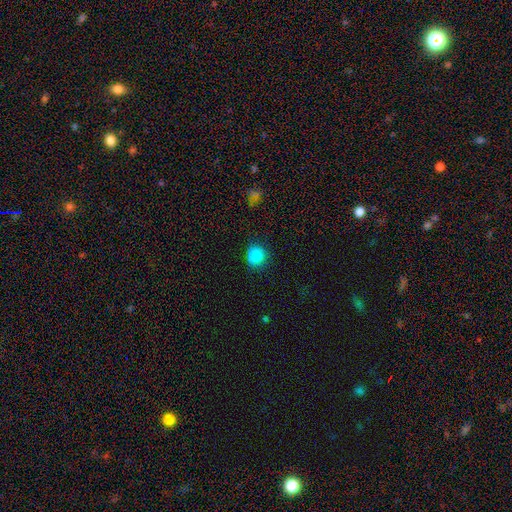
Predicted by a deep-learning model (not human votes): This appears to be a smooth galaxy with no disk features (87%) that is round (88%). Merging: none (83%).